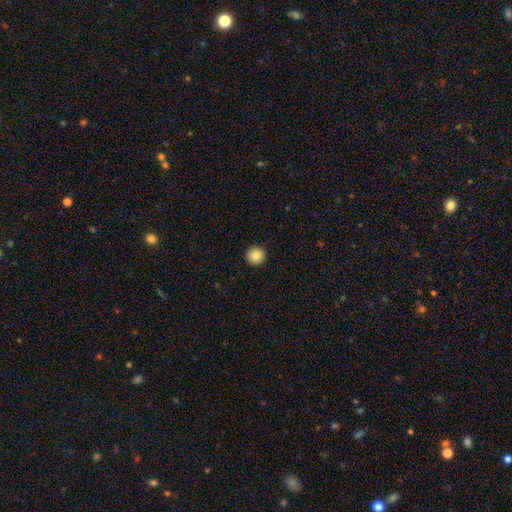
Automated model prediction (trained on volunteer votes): Smooth or featured? Predicted: smooth (p=0.86). How rounded? Predicted: round (p=0.96). Merging? Predicted: none (p=0.94).